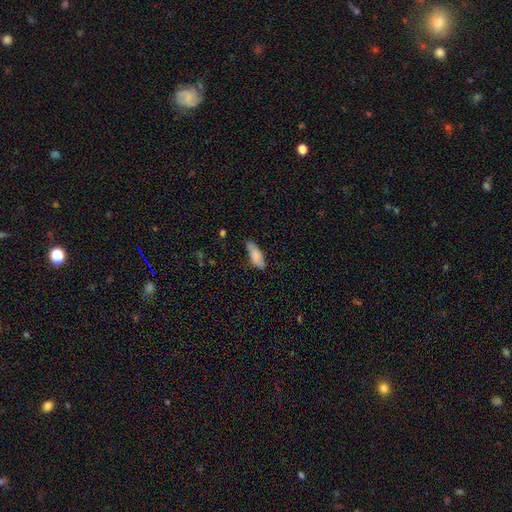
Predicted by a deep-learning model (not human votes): smooth 84%, featured or disk 10%, star or artifact 6%. Down the decision tree: how rounded — in between (69%); merging — none (74%).